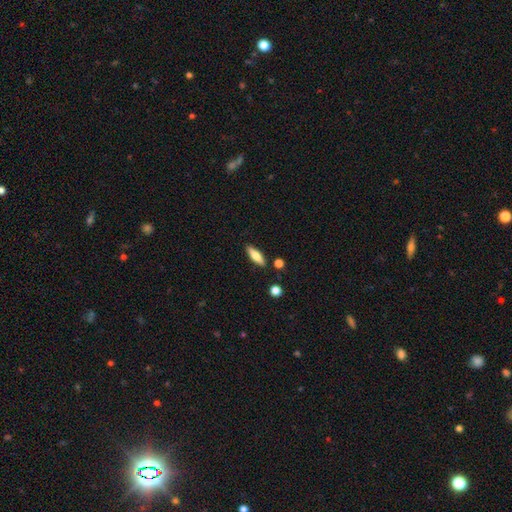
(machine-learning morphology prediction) A smooth galaxy with no disk features (69%) that is cigar-shaped (52%). Merging: none (86%).